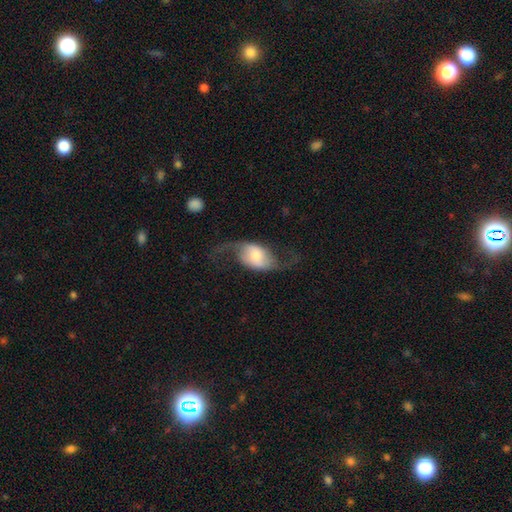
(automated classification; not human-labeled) Smooth or featured?
  - featured or disk: 76% *
  - smooth: 19%
  - star or artifact: 6%
Edge-on disk?
  - no: 95% *
  - yes: 5%
Bar?
  - no: 41% *
  - weak: 39%
  - strong: 20%
Spiral arms?
  - yes: 92% *
  - no: 8%
Spiral winding?
  - loose: 83% *
  - medium: 14%
  - tight: 3%
Spiral arm count?
  - 2: 92% *
  - 1: 3%
  - can't tell: 2%
  - 3: 1%
  - 4: 1%
  - more than 4: 1%
Bulge size?
  - moderate: 50% *
  - small: 29%
  - large: 14%
  - dominant: 5%
  - none: 2%
Merging?
  - none: 63% *
  - major disturbance: 20%
  - minor disturbance: 16%
  - merger: 2%